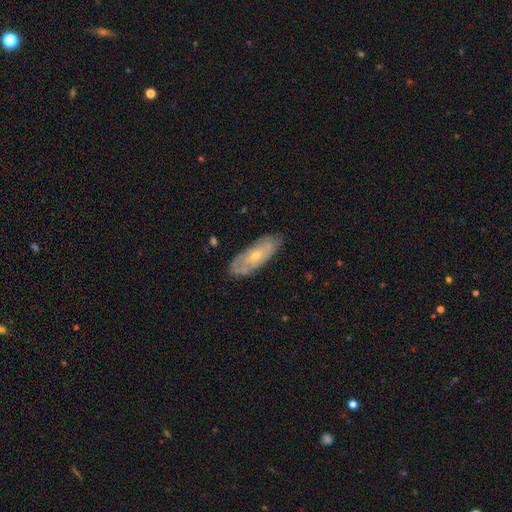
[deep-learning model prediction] This appears to be a featured or disk galaxy (67%) with no bar (79%), spiral arms (72%) and a small central bulge (63%). Merging: none (78%).